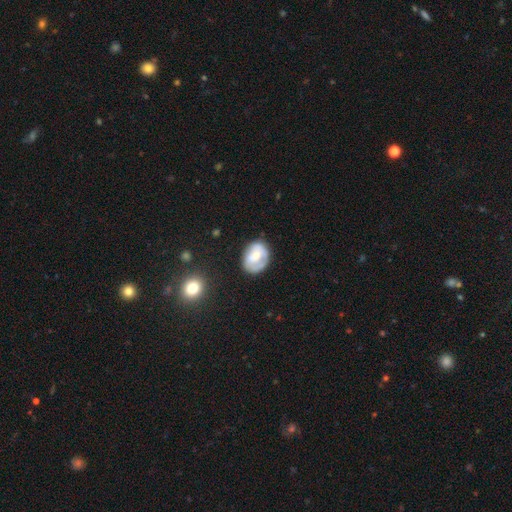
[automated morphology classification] This appears to be a smooth galaxy with no disk features (47%). Merging: none (62%).